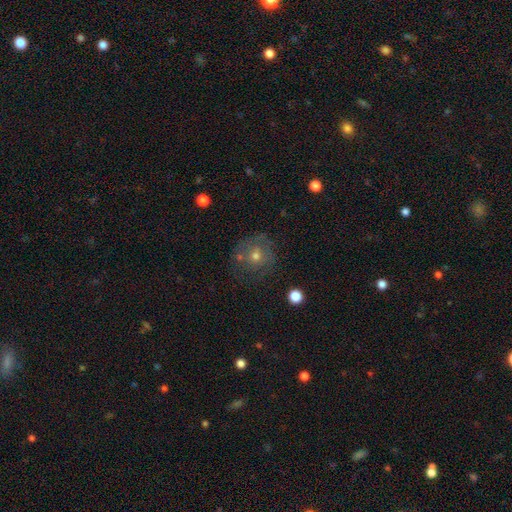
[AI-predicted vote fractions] This is possibly a smooth galaxy (50%). How rounded: clearly round (89%). Merging: likely none (69%).